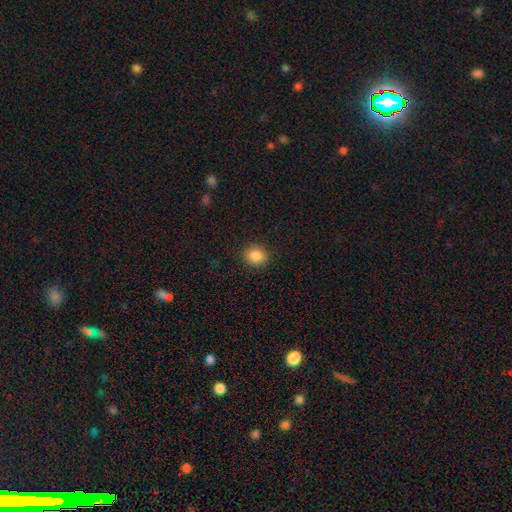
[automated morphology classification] Smooth or featured? smooth (87%)
How rounded? round (71%)
Merging? none (90%)